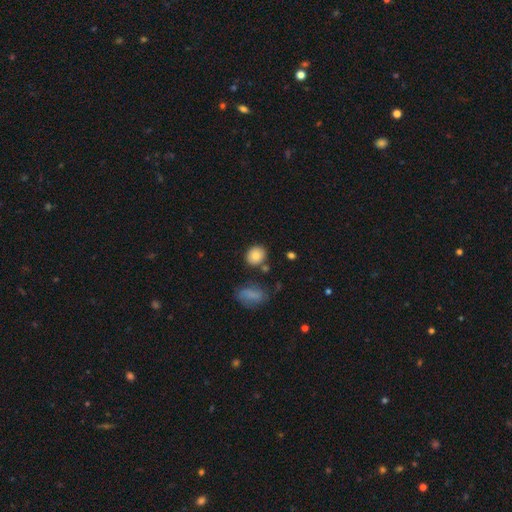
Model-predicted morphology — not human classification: A smooth galaxy with no disk features (83%) that is round (71%). Merging: none (79%).